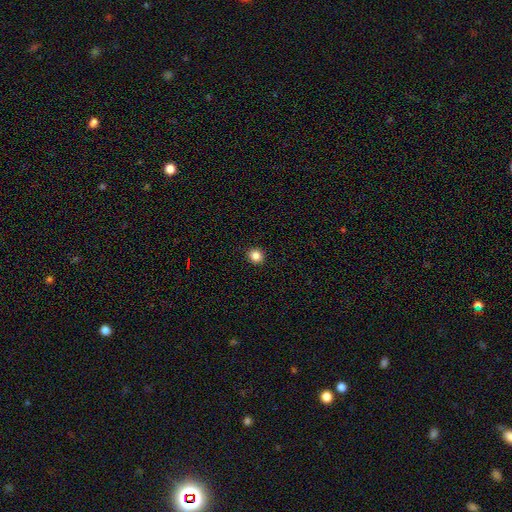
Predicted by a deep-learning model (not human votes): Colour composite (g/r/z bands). It shows a smooth galaxy with no disk features (86%) that is round (87%). Merging: none (92%).